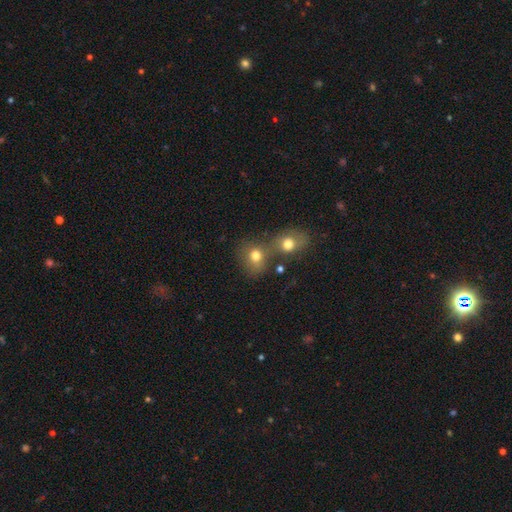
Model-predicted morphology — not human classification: smooth_or_featured: smooth (p=0.75) [alt: star or artifact p=0.12]
how_rounded: round (p=0.67) [alt: in between p=0.32]
merging: merger (p=0.53) [alt: none p=0.34]